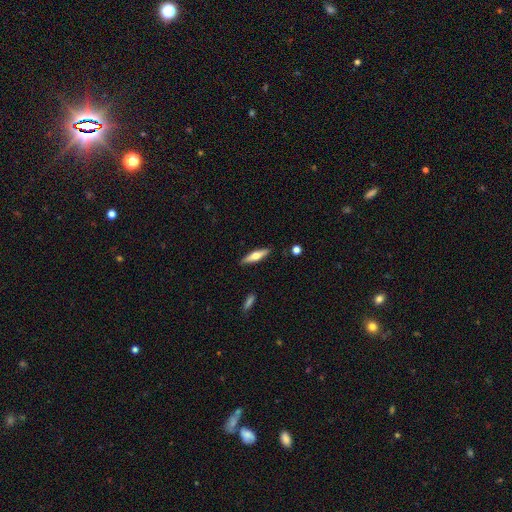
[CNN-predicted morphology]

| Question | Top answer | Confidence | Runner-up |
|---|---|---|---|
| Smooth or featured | smooth | 50% | featured or disk (44%) |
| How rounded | cigar-shaped | 69% | in between (29%) |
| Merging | none | 88% | minor disturbance (9%) |